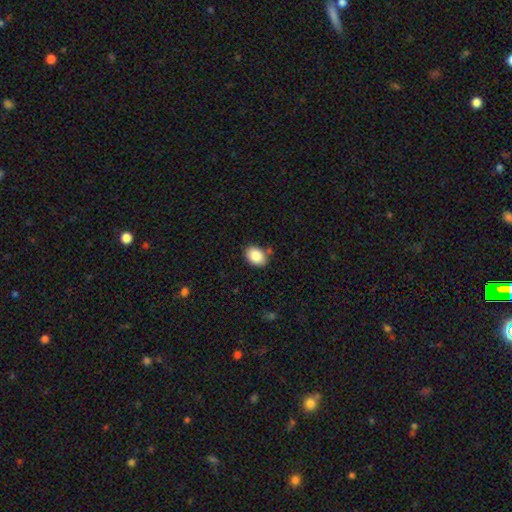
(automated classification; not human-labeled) Morphology: type=smooth (86%); roundness=in between (77%); merging=none (81%).